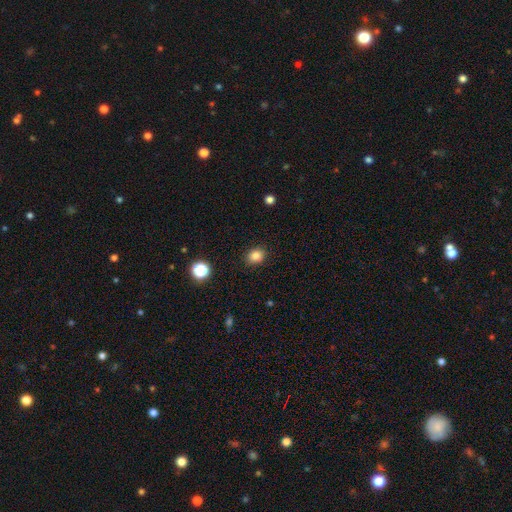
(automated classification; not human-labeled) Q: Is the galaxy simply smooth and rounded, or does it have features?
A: smooth — 84%.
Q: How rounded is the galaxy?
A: round — 54%.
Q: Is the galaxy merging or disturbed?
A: none — 88%.